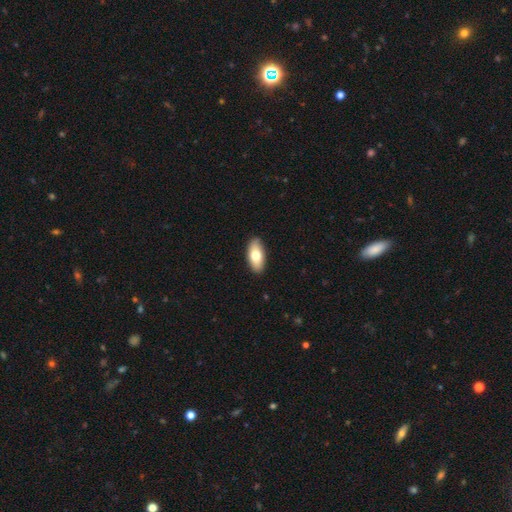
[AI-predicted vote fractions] smooth-or-featured: smooth: 73% | featured or disk: 21% | star or artifact: 6%
  how-rounded: in between: 89% | cigar-shaped: 9% | round: 3%
  merging: none: 89% | minor disturbance: 9% | major disturbance: 2% | merger: 1%